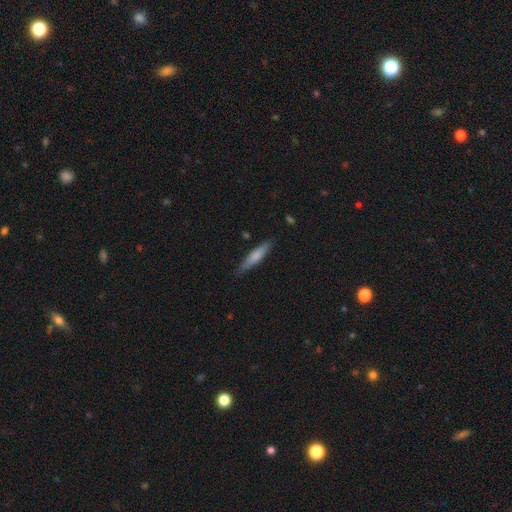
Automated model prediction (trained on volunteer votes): This appears to be a smooth galaxy with no disk features (68%) that is cigar-shaped (87%). Merging: none (83%).